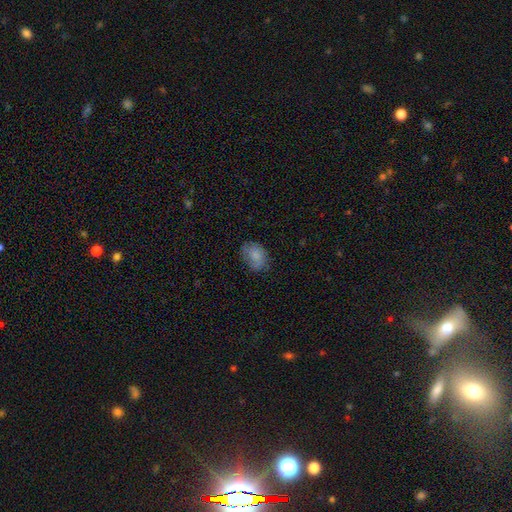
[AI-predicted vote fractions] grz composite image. It shows a smooth galaxy with no disk features (80%) that is in between round and cigar-shaped (77%). Merging: none (66%).